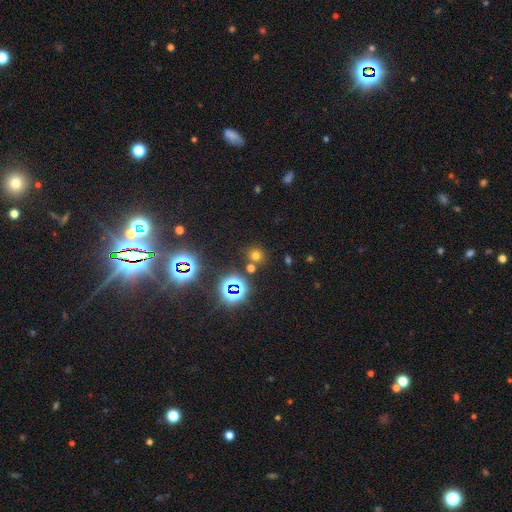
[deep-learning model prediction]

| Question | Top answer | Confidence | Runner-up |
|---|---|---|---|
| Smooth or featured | smooth | 58% | star or artifact (34%) |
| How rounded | round | 88% | in between (11%) |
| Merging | none | 78% | merger (10%) |